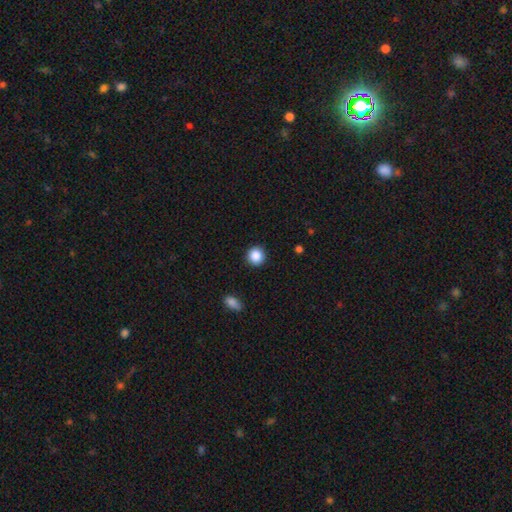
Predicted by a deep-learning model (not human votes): Smooth or featured? Predicted: smooth (p=0.88). How rounded? Predicted: round (p=0.93). Merging? Predicted: none (p=0.92).